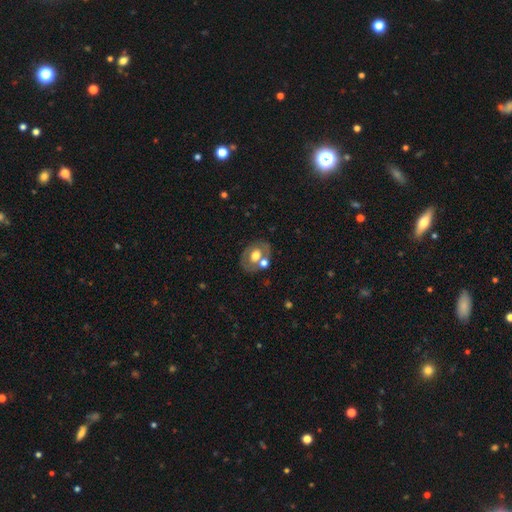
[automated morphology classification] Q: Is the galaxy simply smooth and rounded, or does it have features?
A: featured or disk — 46%, tied with smooth.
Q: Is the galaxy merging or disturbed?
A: none — 58%.